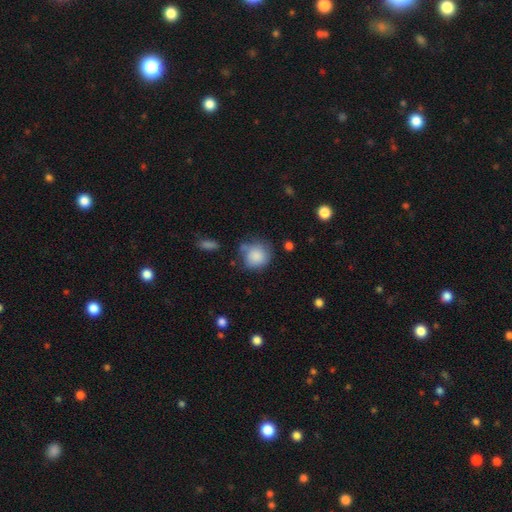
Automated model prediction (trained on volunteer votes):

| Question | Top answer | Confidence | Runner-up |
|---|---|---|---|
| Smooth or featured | smooth | 85% | featured or disk (8%) |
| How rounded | round | 83% | in between (16%) |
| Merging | none | 56% | minor disturbance (25%) |